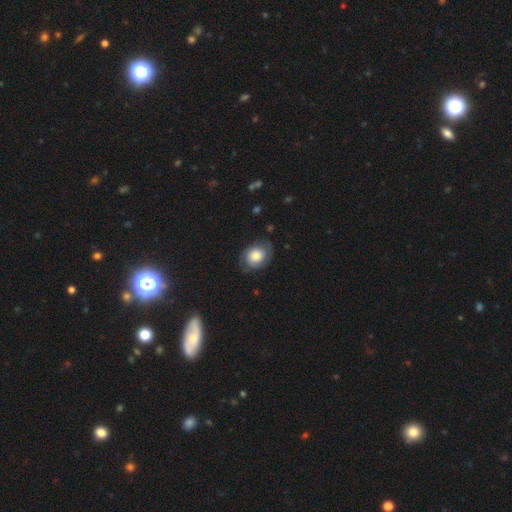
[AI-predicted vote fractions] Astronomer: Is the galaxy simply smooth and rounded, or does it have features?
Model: smooth — 59%.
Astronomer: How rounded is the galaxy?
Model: in between — 59% (runner-up: round, 40%).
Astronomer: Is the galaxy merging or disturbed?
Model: none — 72%.